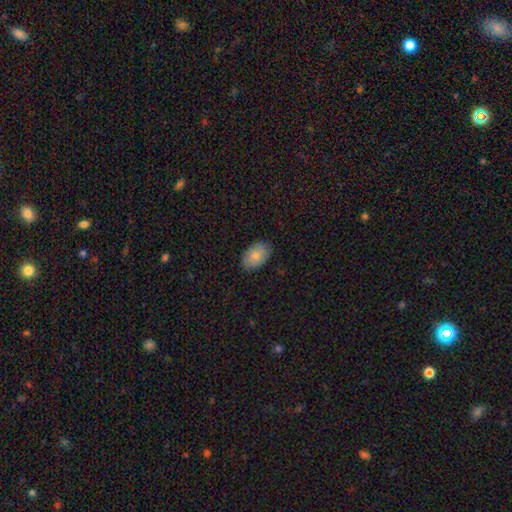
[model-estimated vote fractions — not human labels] Smooth or featured: smooth — 82% (featured or disk — 12%)
How rounded: in between — 90% (round — 9%)
Merging: none — 85% (minor disturbance — 12%)